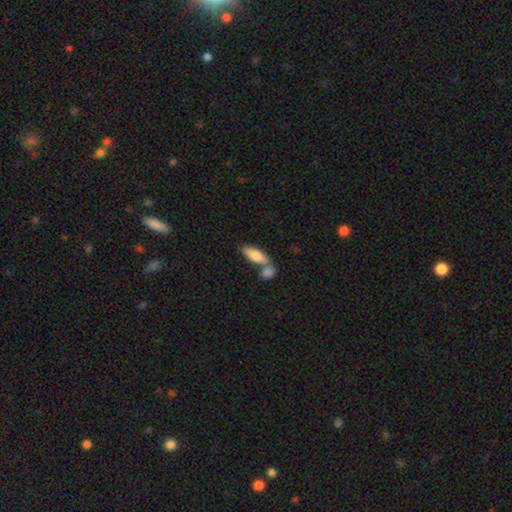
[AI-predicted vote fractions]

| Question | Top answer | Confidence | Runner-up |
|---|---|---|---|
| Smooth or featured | smooth | 77% | featured or disk (18%) |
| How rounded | in between | 68% | cigar-shaped (29%) |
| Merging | none | 44% | merger (42%) |